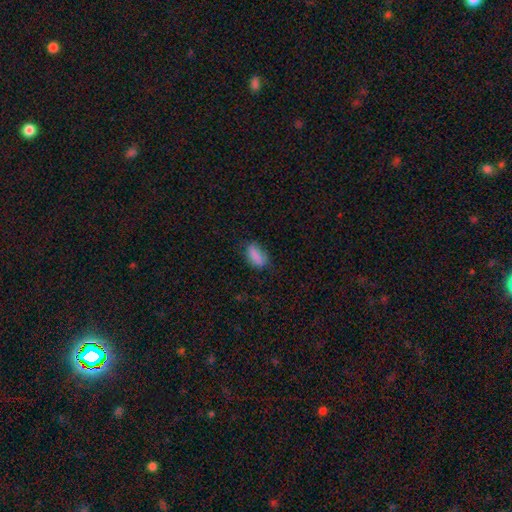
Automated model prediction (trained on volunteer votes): smooth 83%, star or artifact 9%, featured or disk 8%. Down the decision tree: how rounded — in between (81%); merging — none (64%).